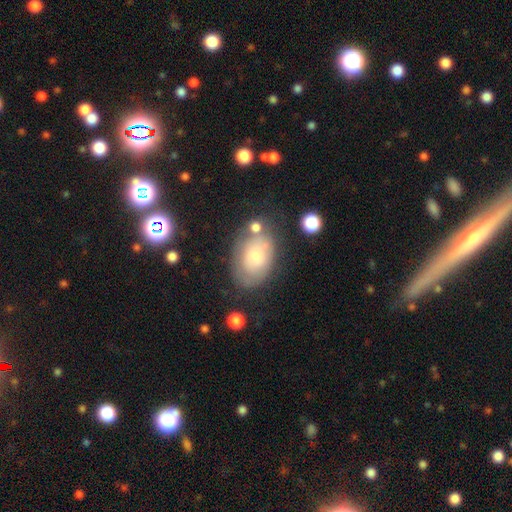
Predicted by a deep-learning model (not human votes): Smooth or featured? Predicted: smooth (p=0.61). How rounded? Predicted: in between (p=0.84). Merging? Predicted: none (p=0.58).